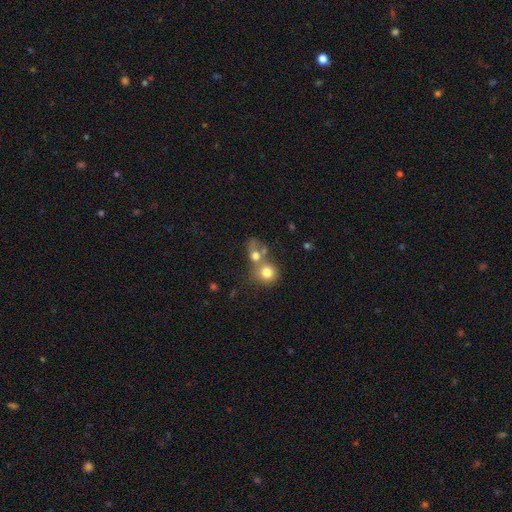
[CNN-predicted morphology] Smooth or featured: smooth — 56% (star or artifact — 23%)
How rounded: round — 74% (in between — 23%)
Merging: merger — 51% (none — 35%)